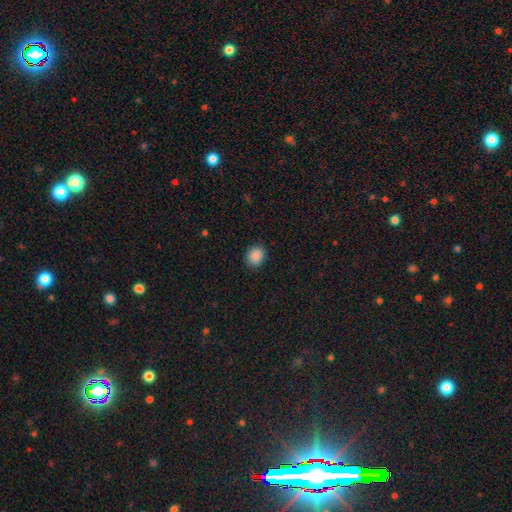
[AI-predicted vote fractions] Morphology: type=smooth (88%); roundness=round (62%); merging=none (89%).